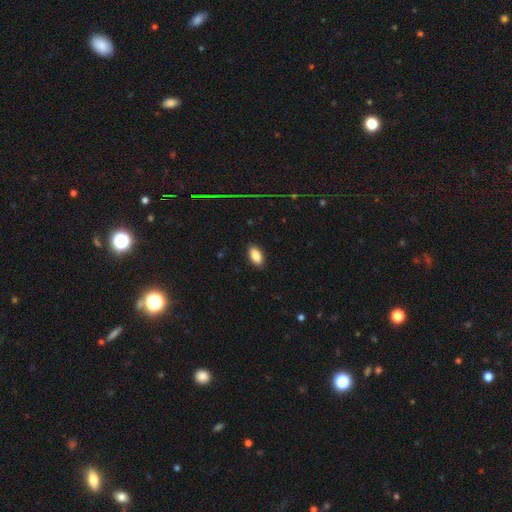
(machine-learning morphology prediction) This is clearly a smooth galaxy (86%). How rounded: clearly in between (92%). Merging: clearly none (89%).